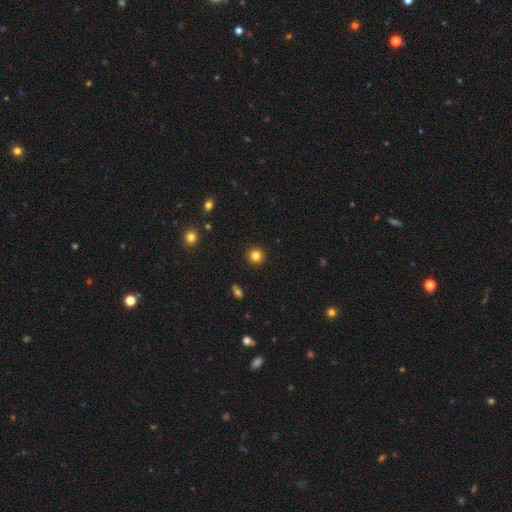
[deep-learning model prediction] Smooth or featured? smooth (82%)
How rounded? round (95%)
Merging? none (93%)